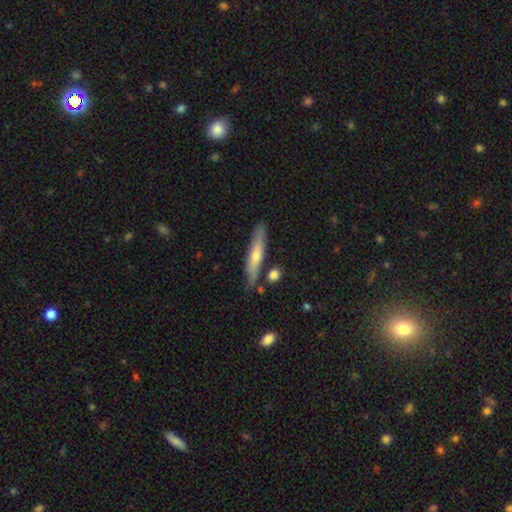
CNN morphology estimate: The model was most divided on "smooth or featured": featured or disk: 50%, smooth: 42%, star or artifact: 7%. More confident: edge-on disk — yes (88%); merging — none (84%).